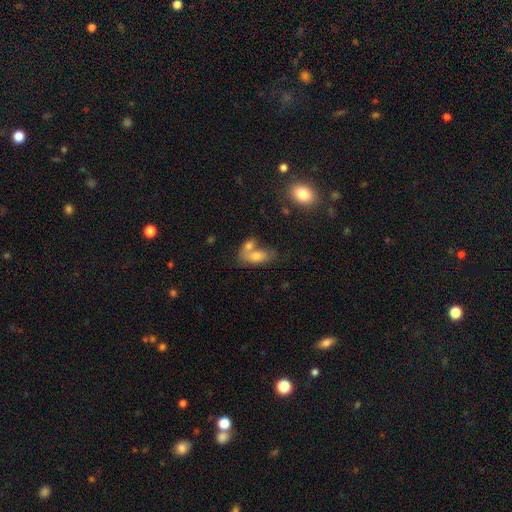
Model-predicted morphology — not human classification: The model was most divided on "merging": merger: 47%, none: 35%, minor disturbance: 12%, major disturbance: 6%. More confident: how rounded — in between (84%); smooth or featured — smooth (69%).